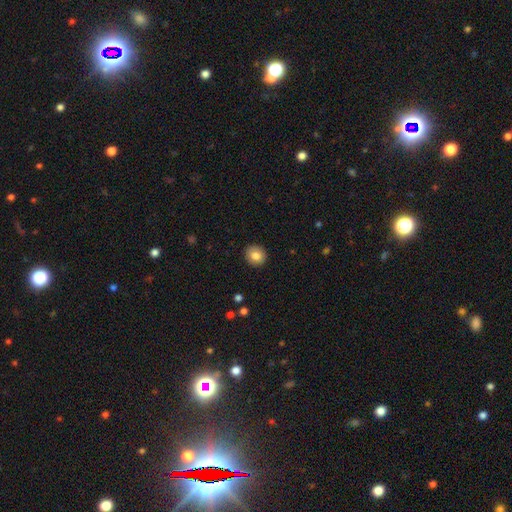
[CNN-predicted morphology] A smooth galaxy with no disk features (82%) that is round (84%). Merging: none (91%).